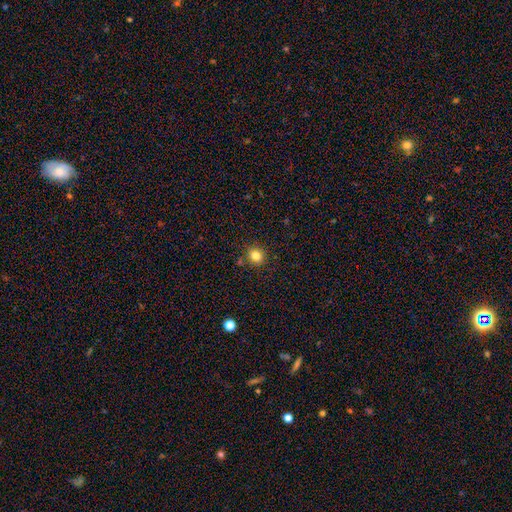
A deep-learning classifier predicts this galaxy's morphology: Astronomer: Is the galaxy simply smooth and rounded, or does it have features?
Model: smooth — 82%.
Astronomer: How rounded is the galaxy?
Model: round — 85%.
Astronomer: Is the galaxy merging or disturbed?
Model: none — 87%.